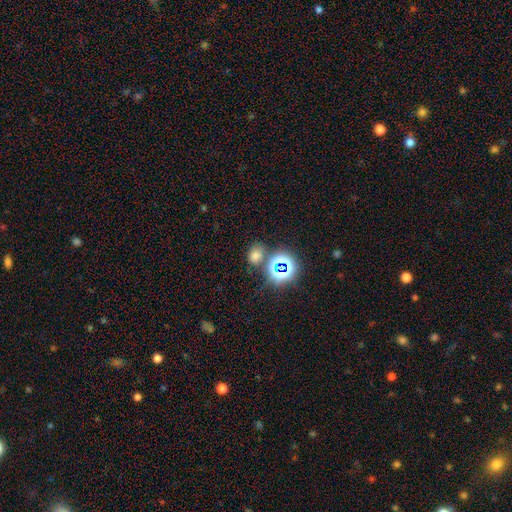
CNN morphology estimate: A smooth galaxy with no disk features (59%) that is in between round and cigar-shaped (50%).

Vote fractions:
- Smooth or featured? smooth: 59% / star or artifact: 34% / featured or disk: 7%
- How rounded? in between: 50% / round: 49% / cigar-shaped: 1%
- Merging? none: 68% / merger: 14% / minor disturbance: 12% / major disturbance: 5%